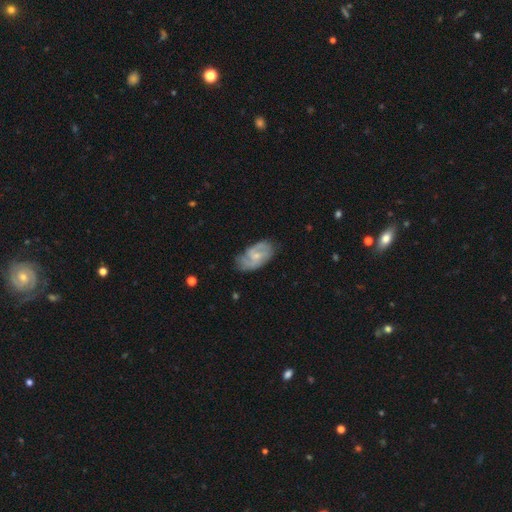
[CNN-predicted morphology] Smooth or featured? Predicted: featured or disk (p=0.73). Edge-on disk? Predicted: no (p=0.96). Bar? Predicted: no (p=0.50). Spiral arms? Predicted: yes (p=0.90). Spiral winding? Predicted: medium (p=0.44). Spiral arm count? Predicted: 2 (p=0.56). Bulge size? Predicted: small (p=0.62). Merging? Predicted: none (p=0.66).